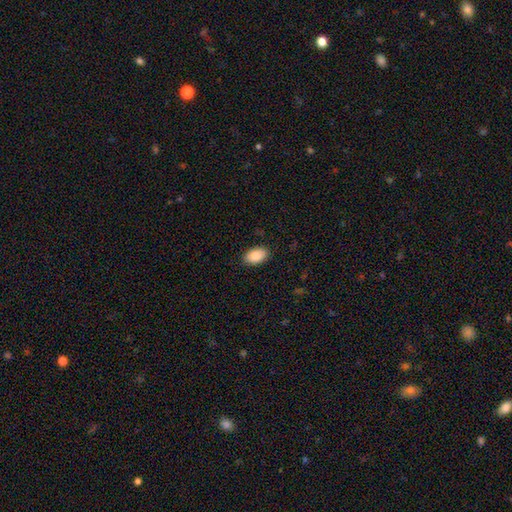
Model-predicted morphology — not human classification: smooth_or_featured: smooth (p=0.90) [alt: star or artifact p=0.07]
how_rounded: in between (p=0.93) [alt: round p=0.05]
merging: none (p=0.88) [alt: minor disturbance p=0.09]